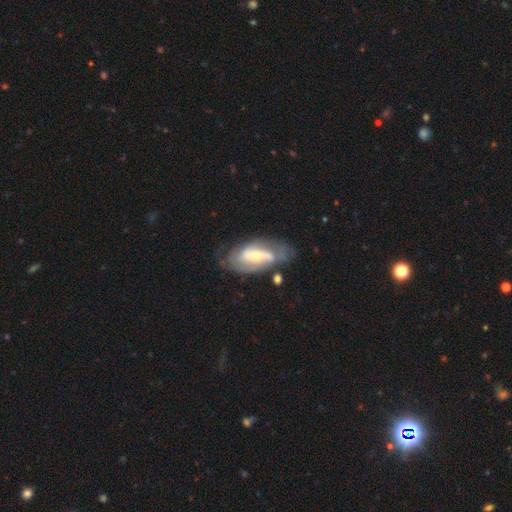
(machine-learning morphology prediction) Overall: featured or disk (76%). Edge-on disk: no (93%). Bar: weak (38%; no 35%). Spiral arms: yes (84%). Spiral arm count: 2 (62%; can't tell 25%). Spiral winding: tight (41%; medium 40%). Bulge size: small (53%; moderate 41%). Merging: none (60%; minor disturbance 22%).